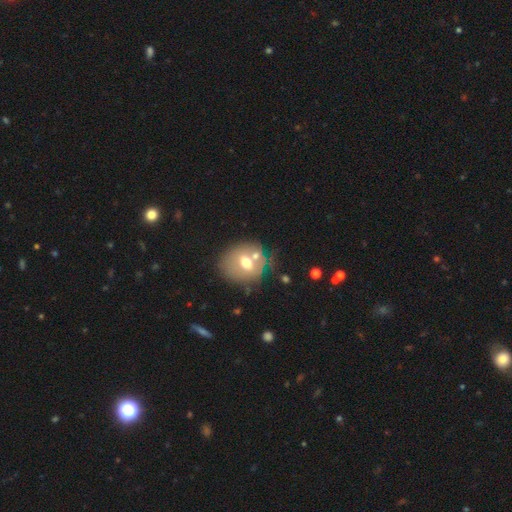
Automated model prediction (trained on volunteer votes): Morphology: type=smooth (57%); roundness=round (73%); merging=none (51%).